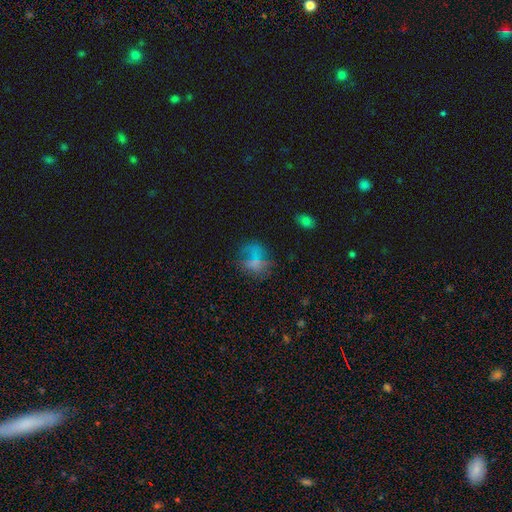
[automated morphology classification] Smooth or featured?
  - smooth: 54% *
  - featured or disk: 23%
  - star or artifact: 23%
How rounded?
  - round: 60% *
  - in between: 38%
  - cigar-shaped: 2%
Merging?
  - none: 51% *
  - minor disturbance: 21%
  - major disturbance: 19%
  - merger: 9%